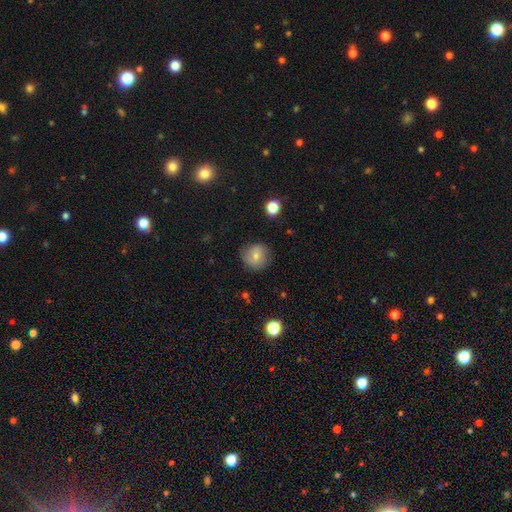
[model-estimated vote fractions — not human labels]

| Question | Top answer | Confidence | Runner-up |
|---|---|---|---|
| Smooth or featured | smooth | 68% | featured or disk (23%) |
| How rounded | round | 89% | in between (10%) |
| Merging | none | 76% | minor disturbance (18%) |